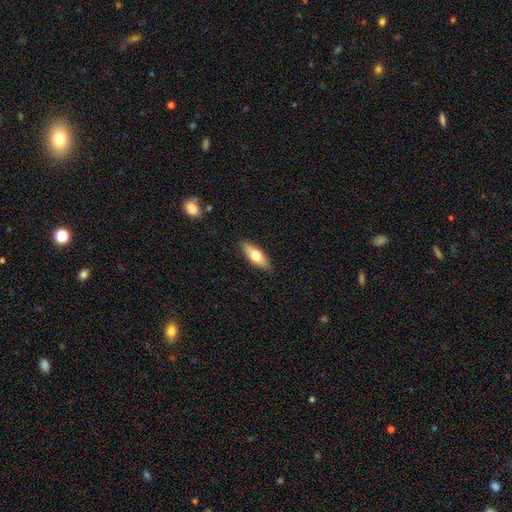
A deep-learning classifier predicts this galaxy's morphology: Smooth or featured?
  - smooth: 64% *
  - featured or disk: 30%
  - star or artifact: 6%
How rounded?
  - in between: 58% *
  - cigar-shaped: 40%
  - round: 2%
Merging?
  - none: 89% *
  - minor disturbance: 8%
  - major disturbance: 2%
  - merger: 1%